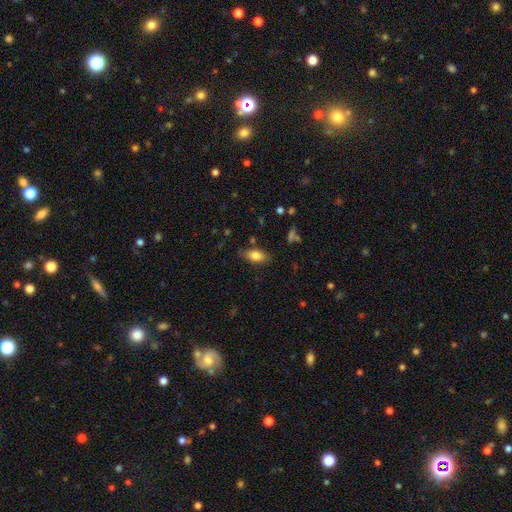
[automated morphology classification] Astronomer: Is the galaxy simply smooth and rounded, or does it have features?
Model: smooth — 80%.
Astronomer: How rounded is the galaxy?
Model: in between — 87%.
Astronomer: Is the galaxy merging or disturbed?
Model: none — 78%.